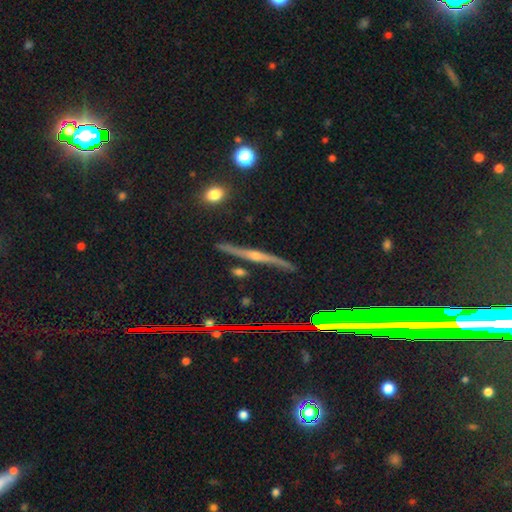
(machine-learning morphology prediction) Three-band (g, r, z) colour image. It shows a featured or disk galaxy (76%) viewed edge-on (95%) with a rounded central bulge (82%). Merging: none (82%).